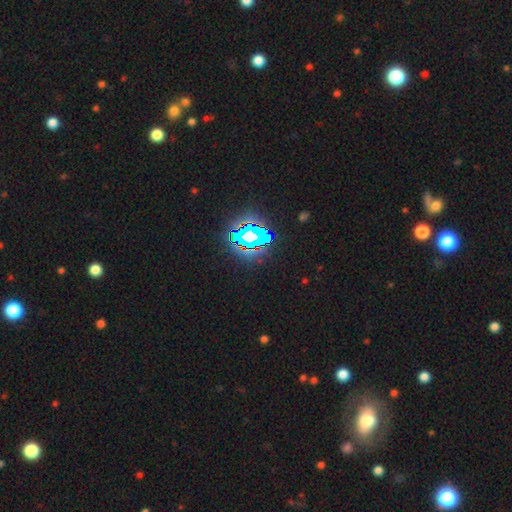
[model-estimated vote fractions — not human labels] Morphology: type=star or artifact (82%).